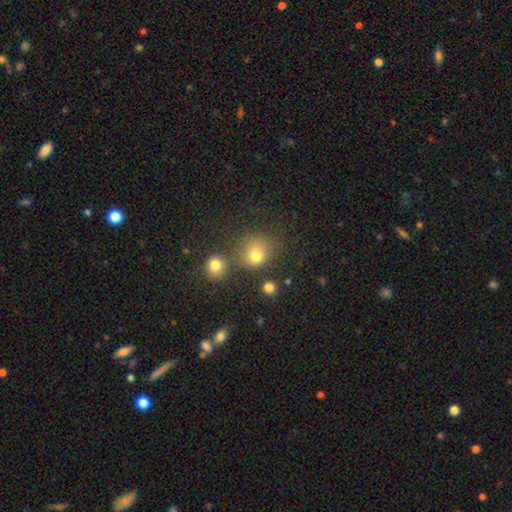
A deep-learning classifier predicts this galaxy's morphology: smooth 77%, star or artifact 16%, featured or disk 8%. Down the decision tree: how rounded — round (82%); merging — none (62%).